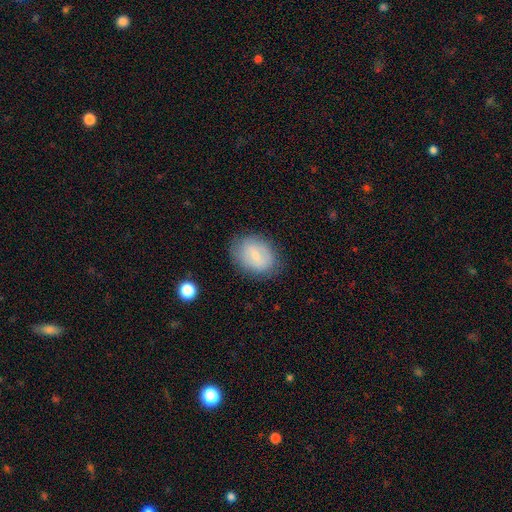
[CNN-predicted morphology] Smooth or featured: smooth — 61% (featured or disk — 31%)
How rounded: in between — 66% (round — 33%)
Merging: none — 78% (minor disturbance — 16%)